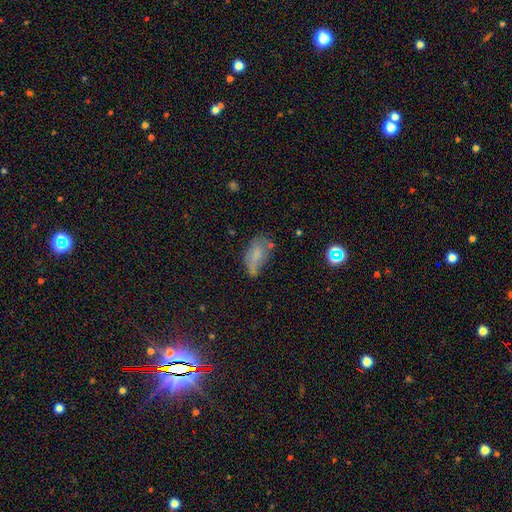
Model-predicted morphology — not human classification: smooth 63%, featured or disk 23%, star or artifact 14%. Down the decision tree: how rounded — in between (90%); merging — none (43%).